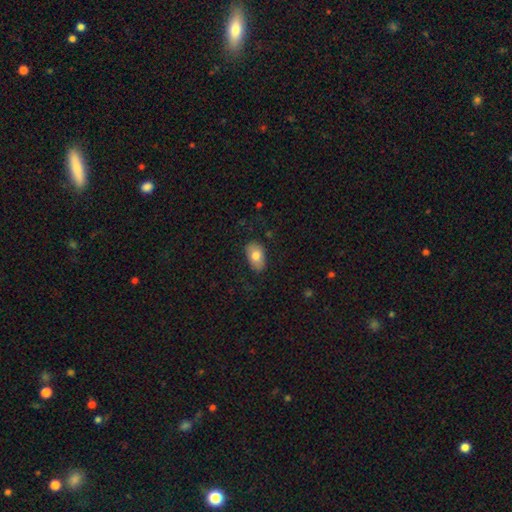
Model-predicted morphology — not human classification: type=smooth (77%); roundness=in between (90%); merging=none (77%).